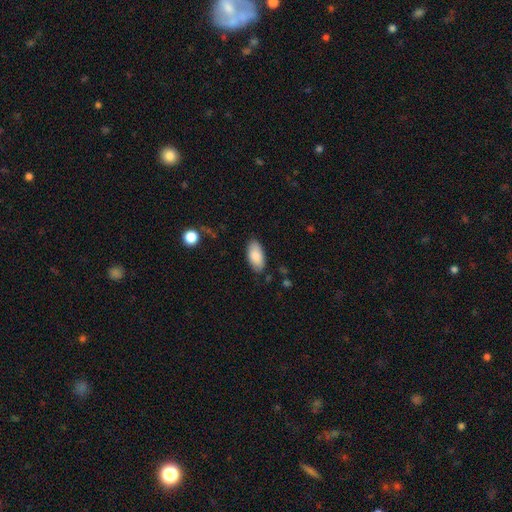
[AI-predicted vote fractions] Morphology: type=smooth (88%); roundness=in between (94%); merging=none (82%).